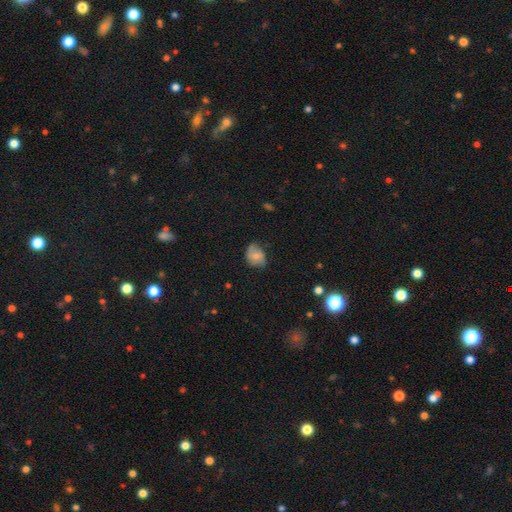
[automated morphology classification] Smooth or featured?
  - smooth: 66% *
  - featured or disk: 25%
  - star or artifact: 8%
How rounded?
  - in between: 64% *
  - round: 35%
  - cigar-shaped: 1%
Merging?
  - none: 55% *
  - minor disturbance: 35%
  - major disturbance: 8%
  - merger: 1%